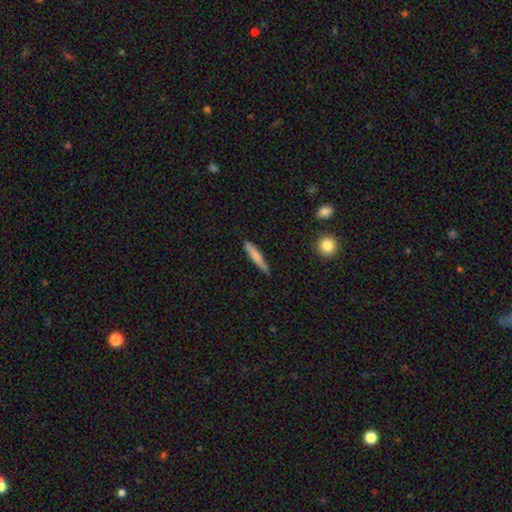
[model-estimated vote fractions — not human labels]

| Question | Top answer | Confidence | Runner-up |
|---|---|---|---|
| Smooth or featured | smooth | 75% | featured or disk (19%) |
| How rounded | cigar-shaped | 91% | in between (7%) |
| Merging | none | 72% | minor disturbance (23%) |